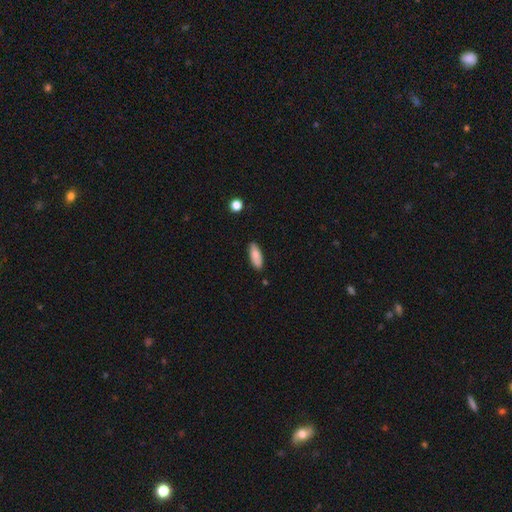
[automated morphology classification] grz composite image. It shows a smooth galaxy with no disk features (81%) that is in between round and cigar-shaped (72%). Merging: none (85%).